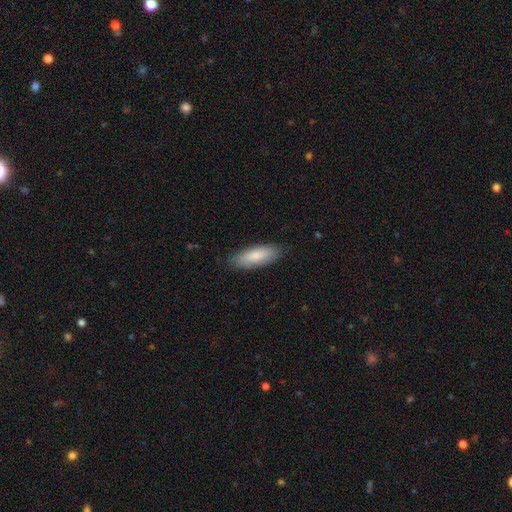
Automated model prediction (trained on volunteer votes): Morphology: type=smooth (84%); roundness=in between (65%); merging=none (85%).